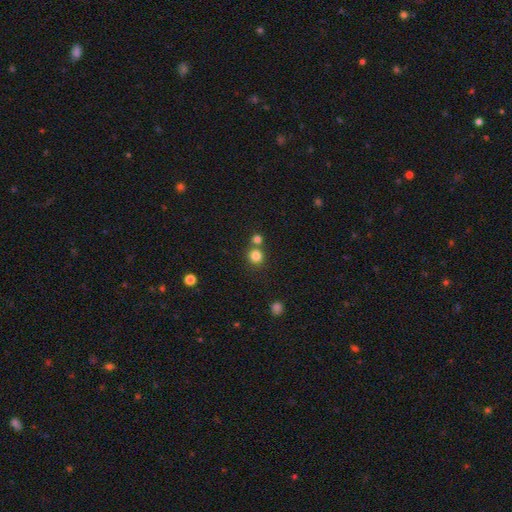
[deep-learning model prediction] A smooth galaxy with no disk features (82%) that is round (89%). Merging: none (65%).